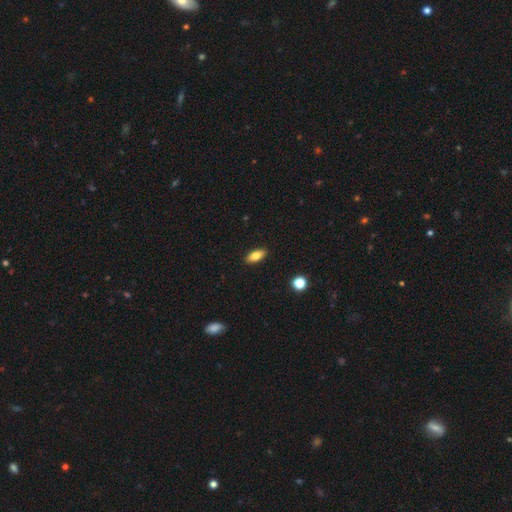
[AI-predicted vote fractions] Q: Smooth or featured?
A: smooth (78%); runner-up: featured or disk (14%)
Q: How rounded?
A: in between (85%); runner-up: cigar-shaped (11%)
Q: Merging?
A: none (90%); runner-up: minor disturbance (8%)